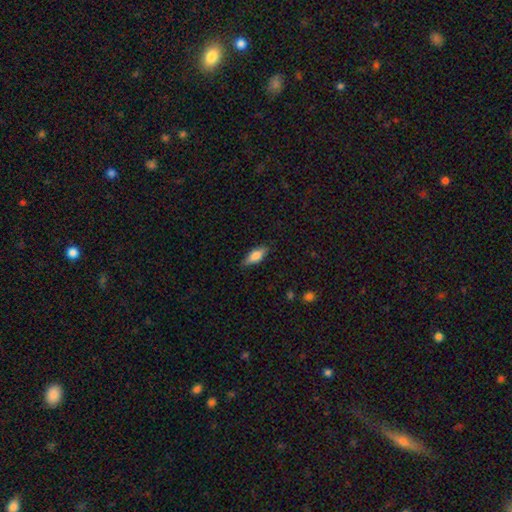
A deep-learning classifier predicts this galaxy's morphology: This appears to be a smooth galaxy with no disk features (76%) that is in between round and cigar-shaped (73%). Merging: none (84%).